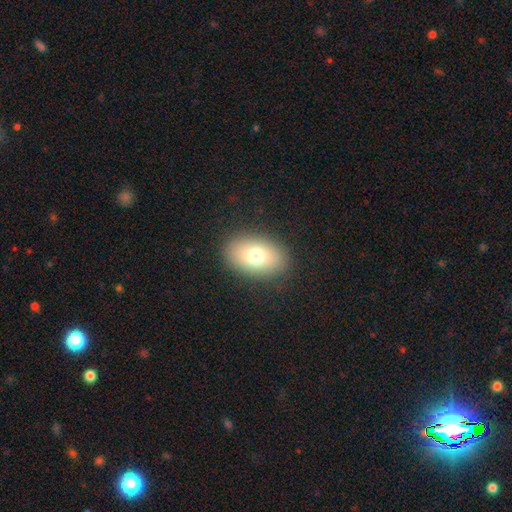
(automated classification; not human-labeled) smooth 73%, featured or disk 16%, star or artifact 10%. Down the decision tree: how rounded — in between (85%); merging — none (88%).